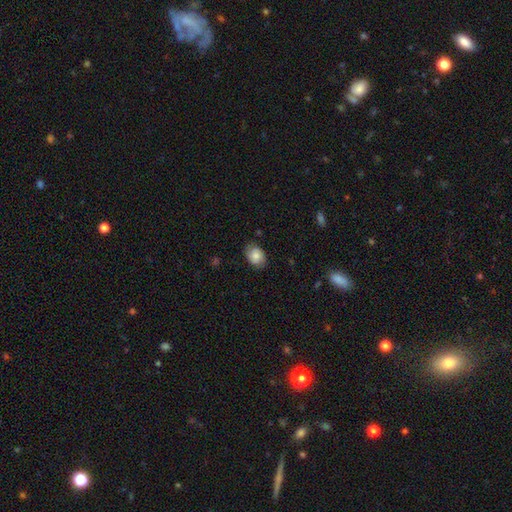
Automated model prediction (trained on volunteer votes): Smooth or featured: smooth — 72% (featured or disk — 20%)
How rounded: in between — 72% (round — 27%)
Merging: none — 77% (minor disturbance — 18%)